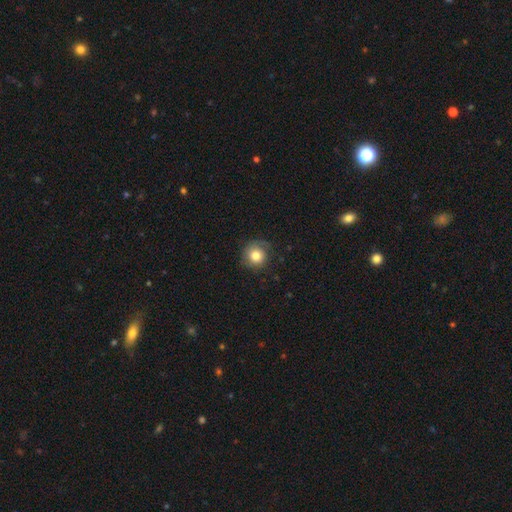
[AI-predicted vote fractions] This is likely a smooth galaxy (77%). How rounded: clearly round (91%). Merging: likely none (74%).